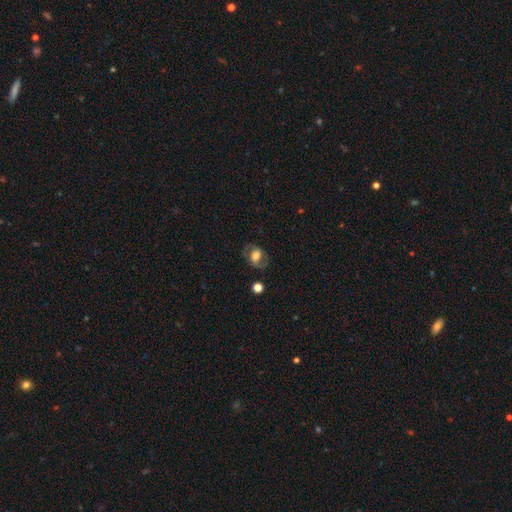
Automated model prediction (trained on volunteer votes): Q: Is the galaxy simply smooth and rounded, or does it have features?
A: featured or disk — 52%.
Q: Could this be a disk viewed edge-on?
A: no — 95%.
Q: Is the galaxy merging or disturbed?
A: none — 69%.